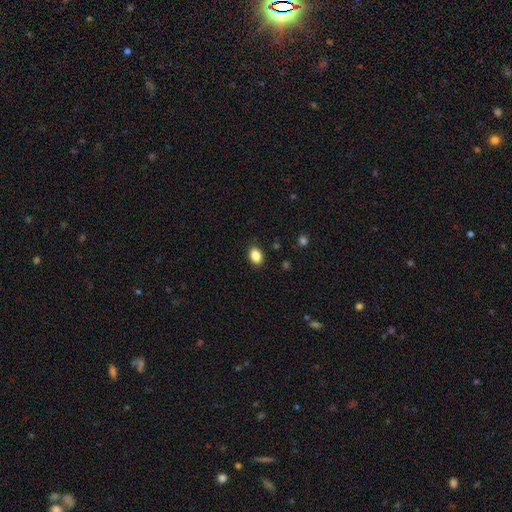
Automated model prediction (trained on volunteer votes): smooth_or_featured: smooth (p=0.87) [alt: star or artifact p=0.09]
how_rounded: in between (p=0.76) [alt: round p=0.23]
merging: none (p=0.88) [alt: minor disturbance p=0.09]